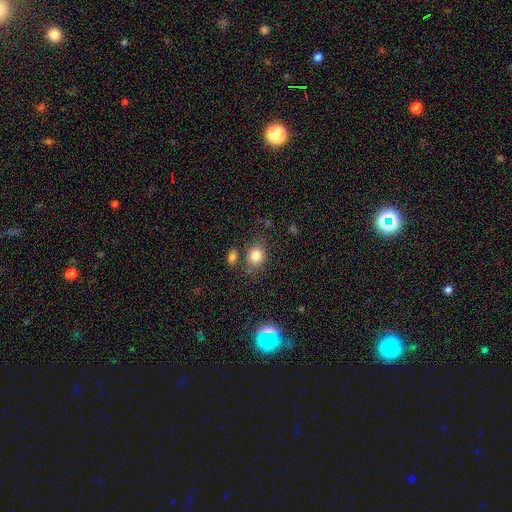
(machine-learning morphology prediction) Smooth or featured? Predicted: smooth (p=0.81). How rounded? Predicted: round (p=0.59). Merging? Predicted: none (p=0.71).